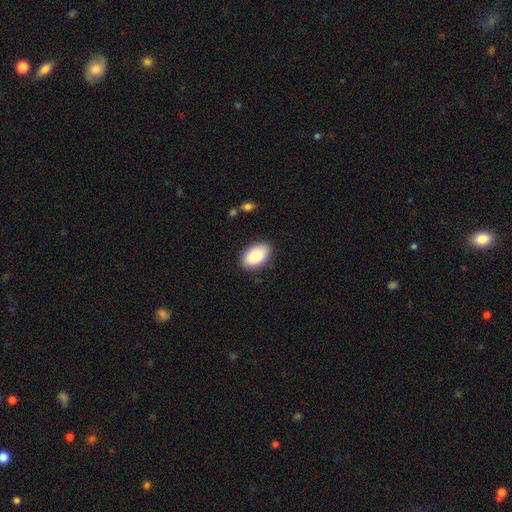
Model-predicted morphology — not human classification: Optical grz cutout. It shows a smooth galaxy with no disk features (84%) that is in between round and cigar-shaped (93%). Merging: none (87%).